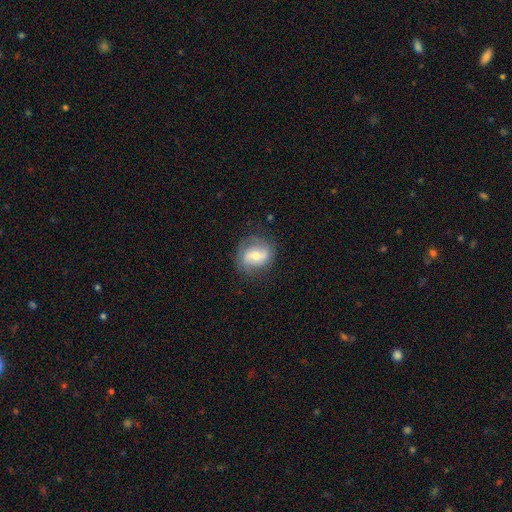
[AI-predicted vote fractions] Smooth or featured: featured or disk — 60% (smooth — 32%)
Edge-on disk: no — 96% (yes — 4%)
Bar: weak — 43% (no — 36%)
Spiral arms: yes — 83% (no — 17%)
Bulge size: moderate — 58% (small — 34%)
Merging: none — 73% (minor disturbance — 18%)